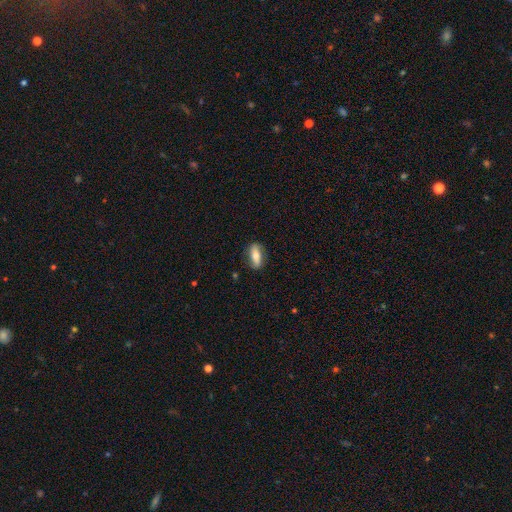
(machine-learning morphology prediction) type=smooth (55%); roundness=in between (72%); merging=none (81%).